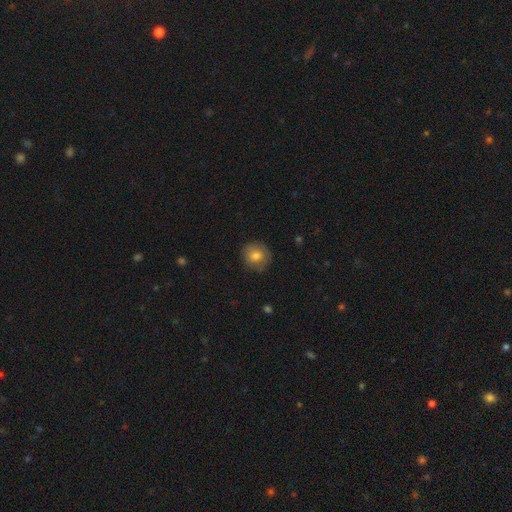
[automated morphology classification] smooth-or-featured: smooth: 78% | featured or disk: 13% | star or artifact: 9%
  how-rounded: round: 90% | in between: 9% | cigar-shaped: 1%
  merging: none: 83% | minor disturbance: 13% | major disturbance: 3% | merger: 1%